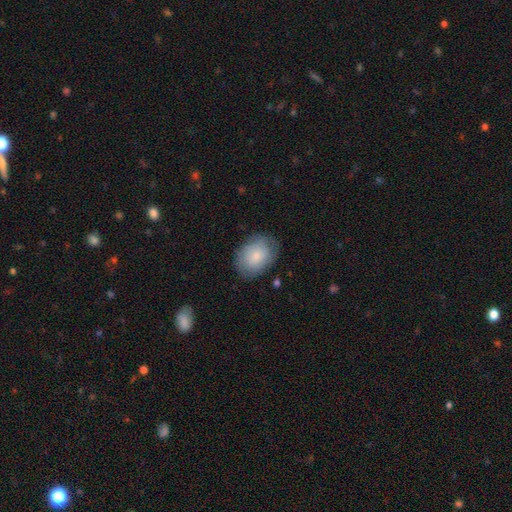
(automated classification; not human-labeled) Smooth or featured?
  - smooth: 74% *
  - featured or disk: 19%
  - star or artifact: 7%
How rounded?
  - in between: 72% *
  - round: 27%
  - cigar-shaped: 1%
Merging?
  - none: 74% *
  - minor disturbance: 19%
  - major disturbance: 5%
  - merger: 1%